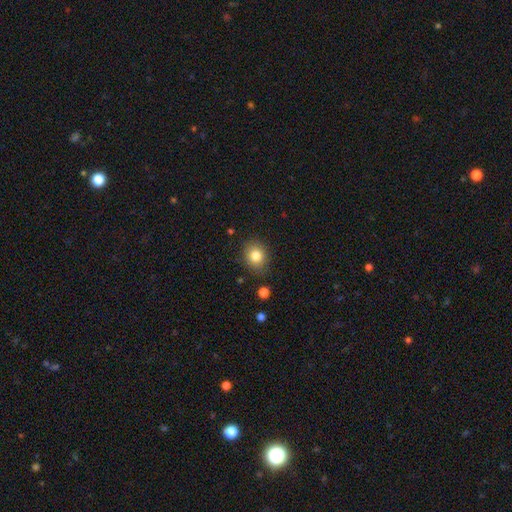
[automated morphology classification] A smooth galaxy with no disk features (82%) that is round (73%).

Vote fractions:
- Smooth or featured? smooth: 82% / star or artifact: 10% / featured or disk: 7%
- How rounded? round: 73% / in between: 26% / cigar-shaped: 1%
- Merging? none: 85% / minor disturbance: 10% / major disturbance: 3% / merger: 2%